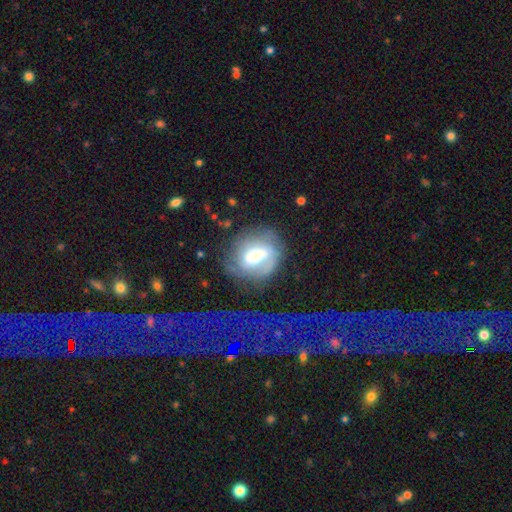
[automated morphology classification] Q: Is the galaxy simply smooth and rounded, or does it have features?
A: featured or disk — 64%.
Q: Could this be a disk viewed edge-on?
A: no — 96%.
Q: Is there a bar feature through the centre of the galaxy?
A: weak — 43%.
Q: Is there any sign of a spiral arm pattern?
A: yes — 77%.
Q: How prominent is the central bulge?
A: moderate — 57%.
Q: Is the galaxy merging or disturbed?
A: none — 53%.